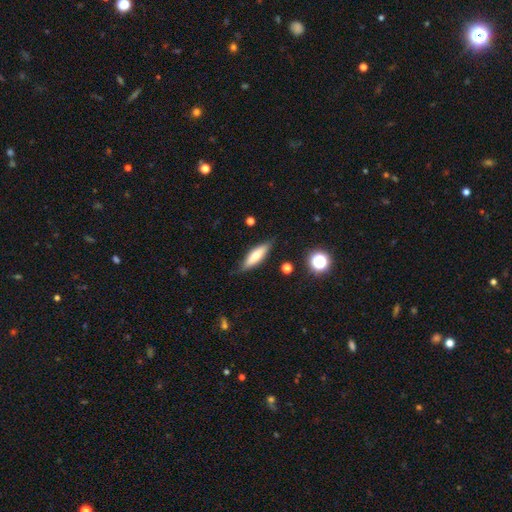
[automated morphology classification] smooth-or-featured: smooth: 64% | featured or disk: 28% | star or artifact: 8%
  how-rounded: cigar-shaped: 60% | in between: 38% | round: 2%
  merging: none: 79% | minor disturbance: 16% | major disturbance: 3% | merger: 2%